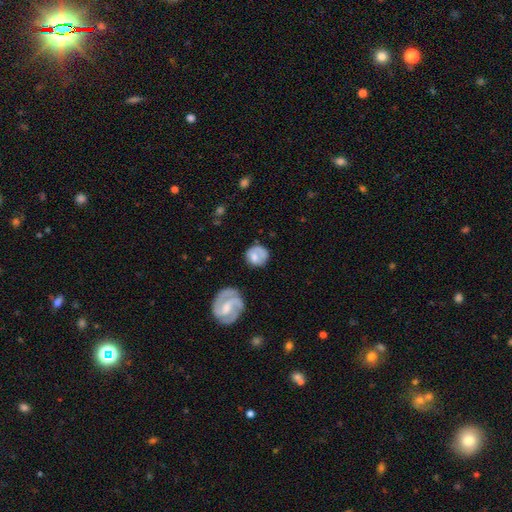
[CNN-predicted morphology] This is likely a smooth galaxy (61%). How rounded: likely round (76%). Merging: possibly none (59%).